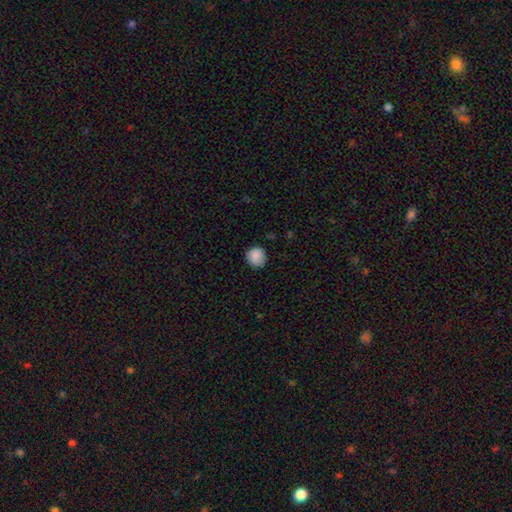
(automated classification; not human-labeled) Q: Smooth or featured?
A: smooth (87%); runner-up: star or artifact (8%)
Q: How rounded?
A: round (87%); runner-up: in between (12%)
Q: Merging?
A: none (81%); runner-up: minor disturbance (15%)